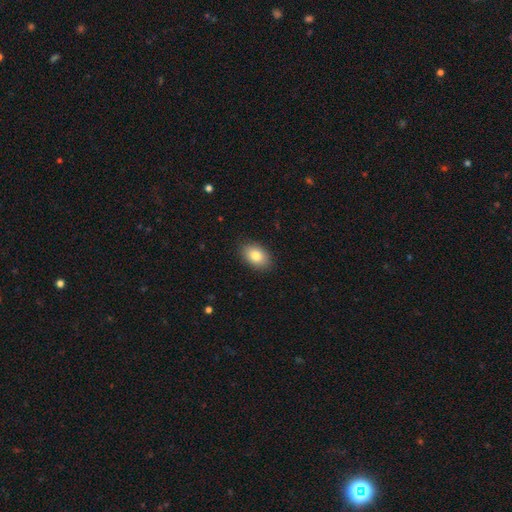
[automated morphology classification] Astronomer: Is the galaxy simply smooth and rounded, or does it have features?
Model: smooth — 83%.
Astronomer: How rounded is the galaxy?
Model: in between — 85%.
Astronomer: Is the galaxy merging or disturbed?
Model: none — 88%.